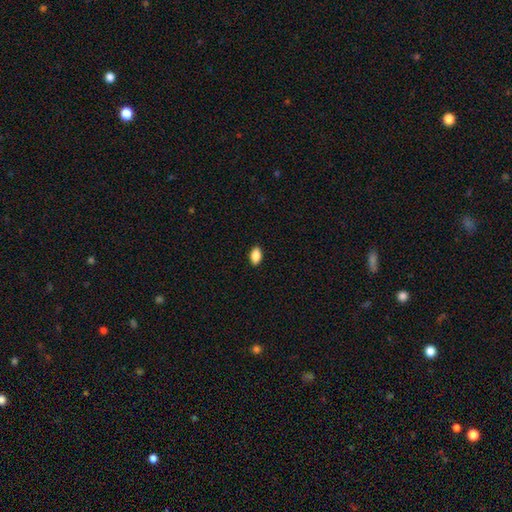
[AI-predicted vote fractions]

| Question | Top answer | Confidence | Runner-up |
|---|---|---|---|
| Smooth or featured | smooth | 89% | star or artifact (7%) |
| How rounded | in between | 92% | round (5%) |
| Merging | none | 90% | minor disturbance (8%) |